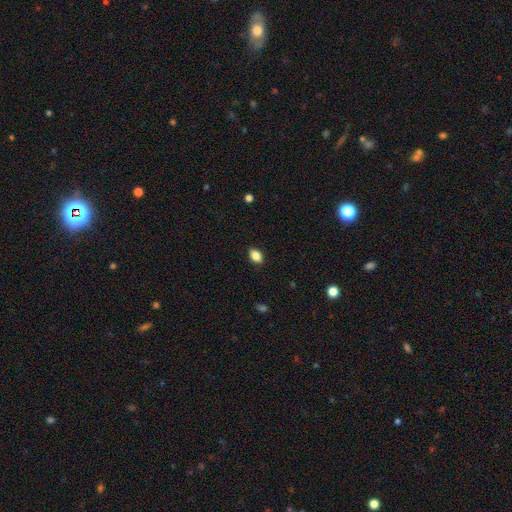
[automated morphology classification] Overall: smooth (87%). How rounded: in between (84%). Merging: none (88%).